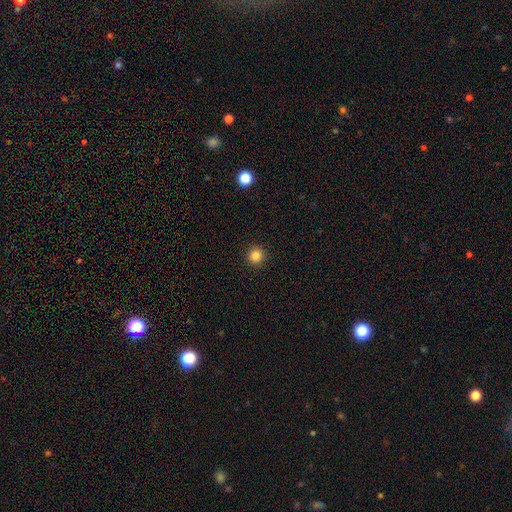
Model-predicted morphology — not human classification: Smooth or featured: smooth — 85% (star or artifact — 12%)
How rounded: round — 95% (in between — 4%)
Merging: none — 93% (minor disturbance — 4%)